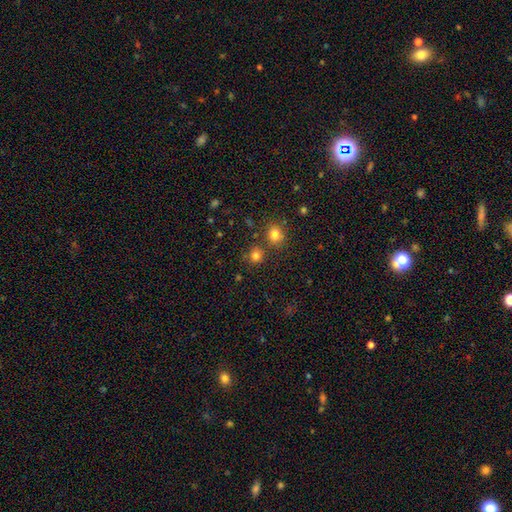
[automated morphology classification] smooth 79%, star or artifact 16%, featured or disk 6%. Down the decision tree: how rounded — round (87%); merging — none (76%).